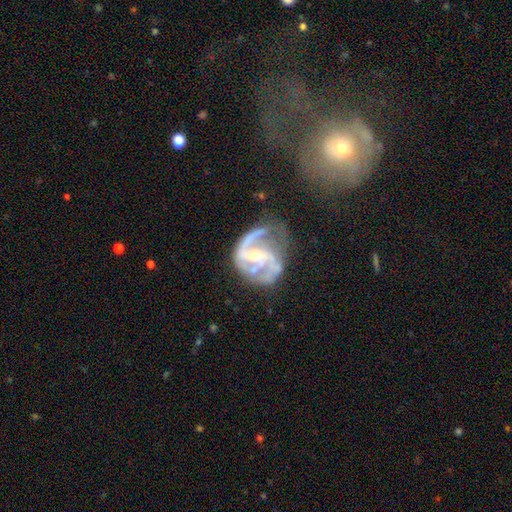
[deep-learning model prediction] A featured or disk galaxy (89%) with a weak bar (44%), 2 (54%) medium (51%) spiral arms (95%) and a small central bulge (60%). Merging: none (45%).